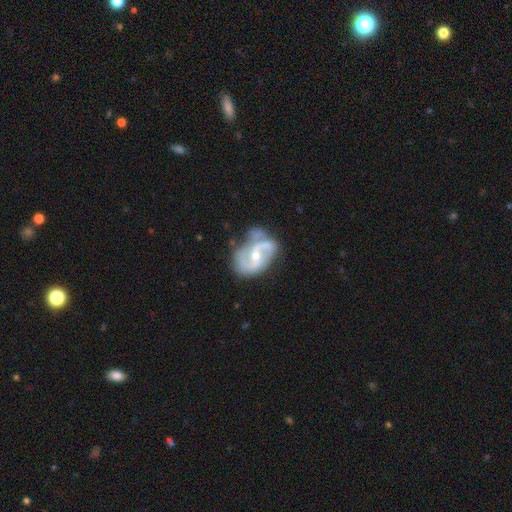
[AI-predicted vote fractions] A featured or disk galaxy (87%) with a weak bar (45%), 2 (86%) medium (52%) spiral arms (95%) and a moderate central bulge (50%).

Vote fractions:
- Smooth or featured? featured or disk: 87% / smooth: 8% / star or artifact: 5%
- Edge-on disk? no: 98% / yes: 2%
- Bar? weak: 45% / no: 38% / strong: 17%
- Spiral arms? yes: 95% / no: 5%
- Spiral winding? medium: 52% / loose: 30% / tight: 18%
- Spiral arm count? 2: 86% / can't tell: 5% / 3: 4% / 1: 3% / 4: 1% / more than 4: 1%
- Bulge size? moderate: 50% / small: 47% / large: 2% / none: 1% / dominant: 1%
- Merging? none: 50% / minor disturbance: 27% / major disturbance: 14% / merger: 9%